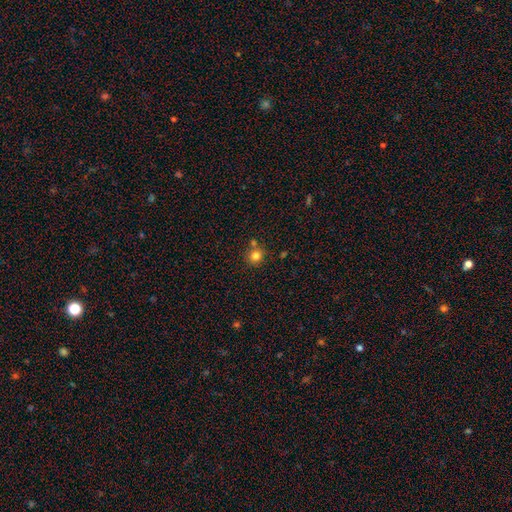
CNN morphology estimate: Smooth or featured? Predicted: smooth (p=0.80). How rounded? Predicted: round (p=0.91). Merging? Predicted: none (p=0.71).